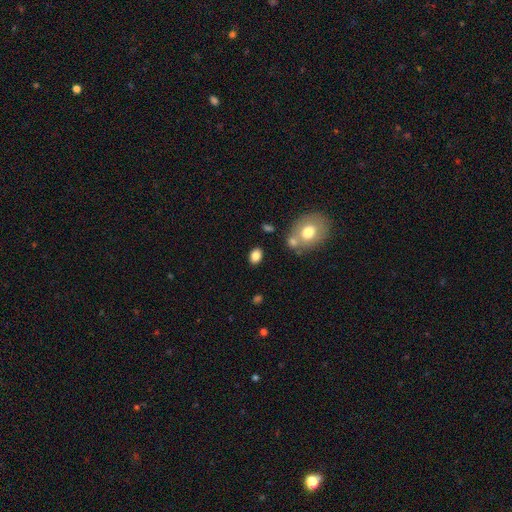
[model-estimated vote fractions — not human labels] A smooth galaxy with no disk features (83%) that is in between round and cigar-shaped (75%). Merging: none (81%).